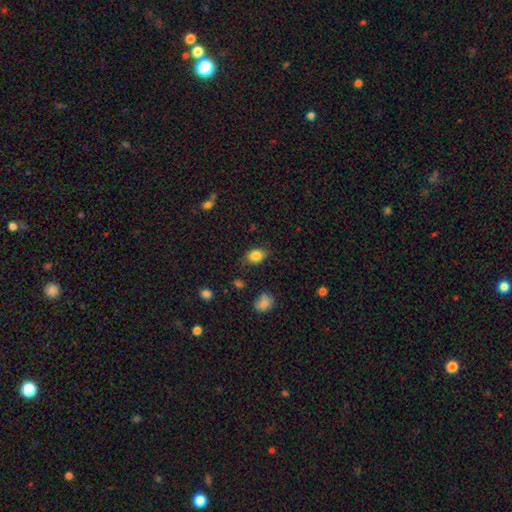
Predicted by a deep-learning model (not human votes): Smooth or featured?
  - smooth: 84% *
  - star or artifact: 9%
  - featured or disk: 7%
How rounded?
  - in between: 72% *
  - round: 27%
  - cigar-shaped: 1%
Merging?
  - none: 75% *
  - minor disturbance: 18%
  - major disturbance: 4%
  - merger: 2%